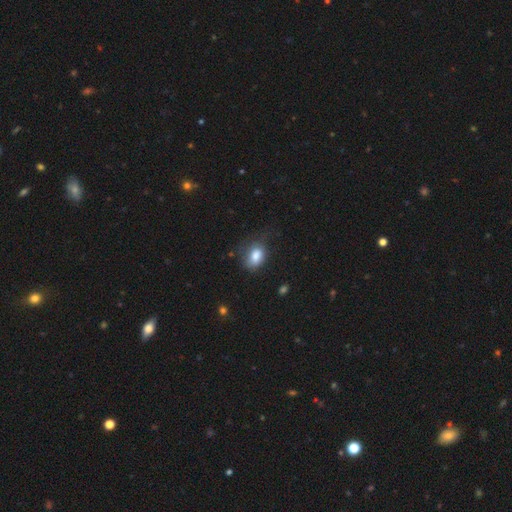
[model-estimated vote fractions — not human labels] smooth 82%, featured or disk 10%, star or artifact 8%. Down the decision tree: how rounded — in between (79%); merging — none (52%).